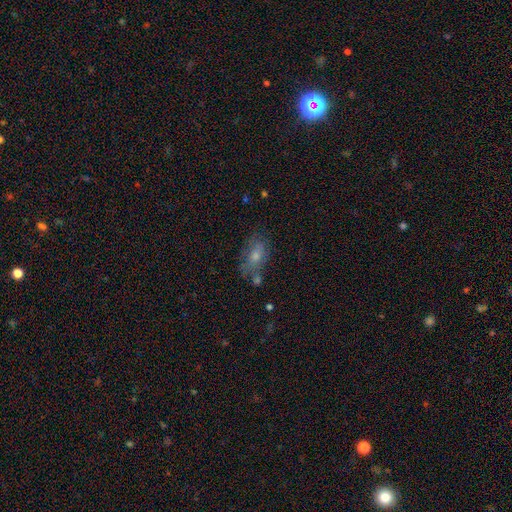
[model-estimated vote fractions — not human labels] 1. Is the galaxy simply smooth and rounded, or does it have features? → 50% smooth, 33% featured or disk, 17% star or artifact.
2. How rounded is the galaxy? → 81% in between, 13% round, 7% cigar-shaped.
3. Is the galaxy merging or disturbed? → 63% none, 21% minor disturbance, 9% merger, 8% major disturbance.